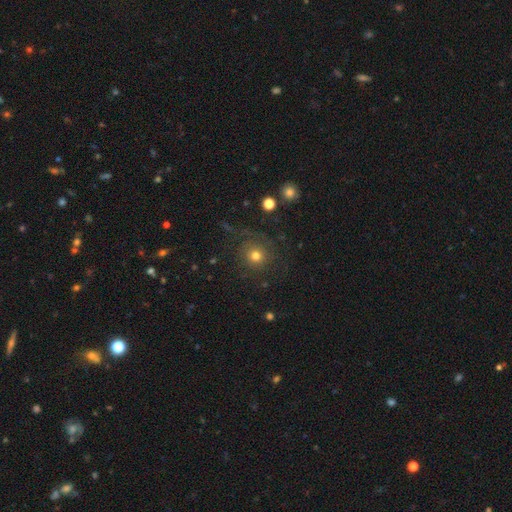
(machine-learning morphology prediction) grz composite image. It shows a smooth galaxy with no disk features (65%) that is round (91%). Merging: none (75%).